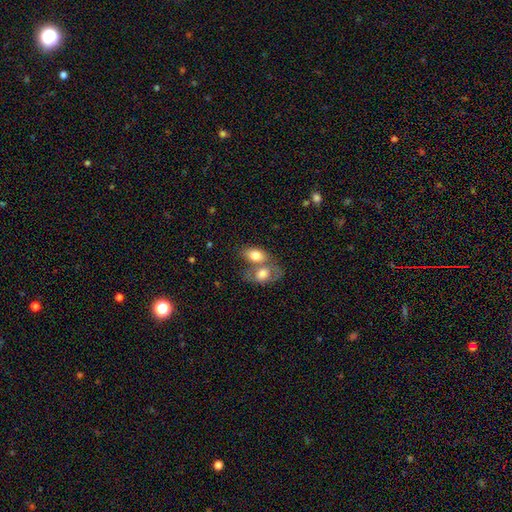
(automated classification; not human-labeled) Overall: smooth (77%). How rounded: in between (87%). Merging: merger (61%; none 26%).